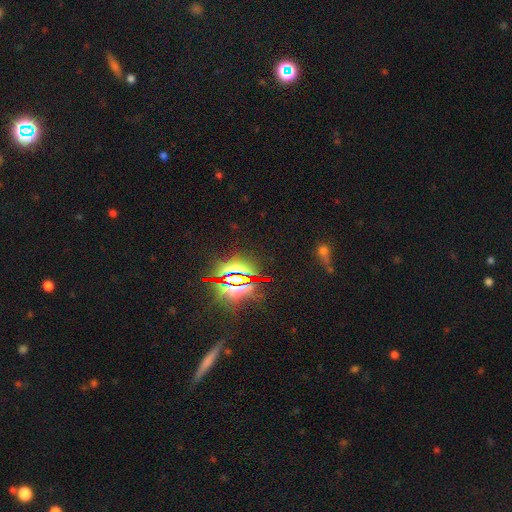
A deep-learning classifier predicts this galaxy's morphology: Smooth or featured? star or artifact (83%)